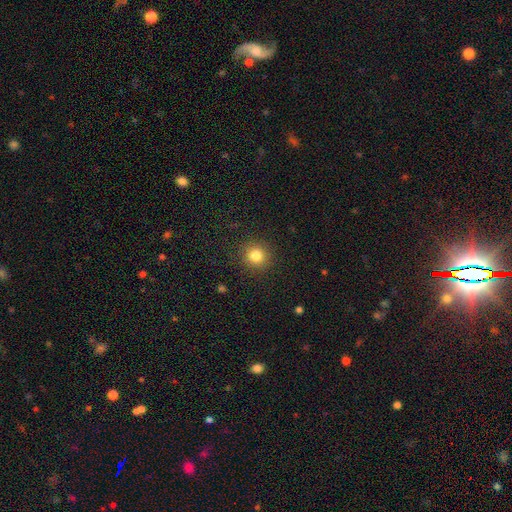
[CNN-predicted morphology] This is clearly a smooth galaxy (82%). How rounded: clearly round (93%). Merging: clearly none (91%).